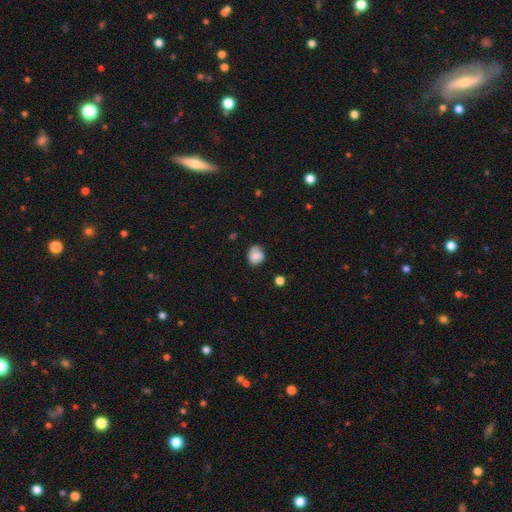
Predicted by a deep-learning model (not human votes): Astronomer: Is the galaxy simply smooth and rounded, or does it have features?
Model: smooth — 79%.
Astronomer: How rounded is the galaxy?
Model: round — 57% (runner-up: in between, 42%).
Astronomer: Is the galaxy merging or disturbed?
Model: none — 60%.